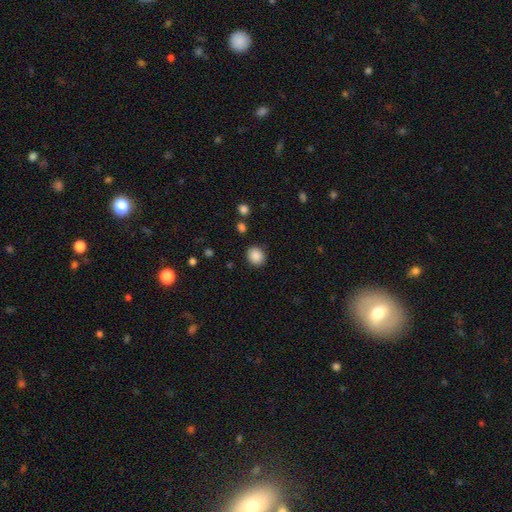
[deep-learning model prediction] The model was most divided on "how rounded": round: 70%, in between: 29%, cigar-shaped: 1%. More confident: smooth or featured — smooth (88%); merging — none (87%).